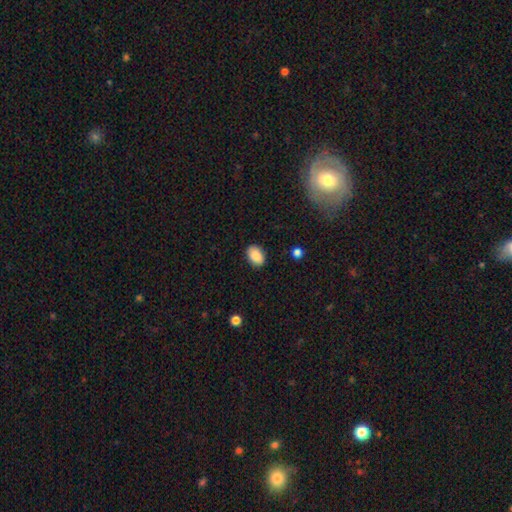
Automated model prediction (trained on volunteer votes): Smooth or featured? Predicted: smooth (p=0.89). How rounded? Predicted: in between (p=0.84). Merging? Predicted: none (p=0.87).